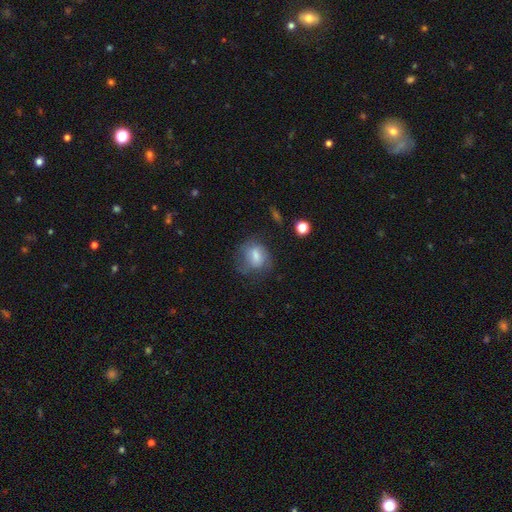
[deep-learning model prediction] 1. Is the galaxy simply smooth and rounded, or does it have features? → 65% smooth, 25% featured or disk, 9% star or artifact.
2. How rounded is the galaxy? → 50% round, 48% in between, 2% cigar-shaped.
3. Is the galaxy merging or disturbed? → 48% none, 27% minor disturbance, 21% major disturbance, 4% merger.